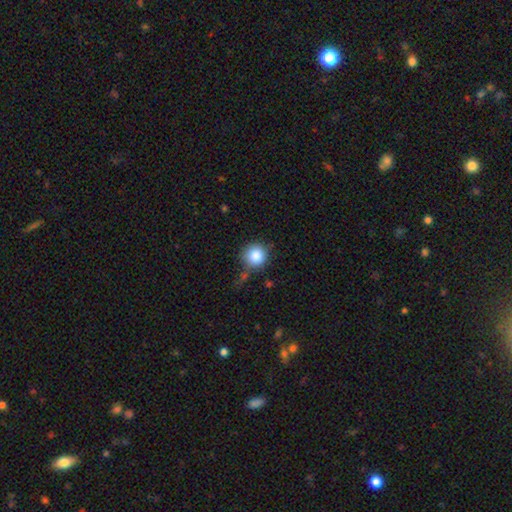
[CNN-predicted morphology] A smooth galaxy with no disk features (86%) that is round (93%). Merging: none (69%).